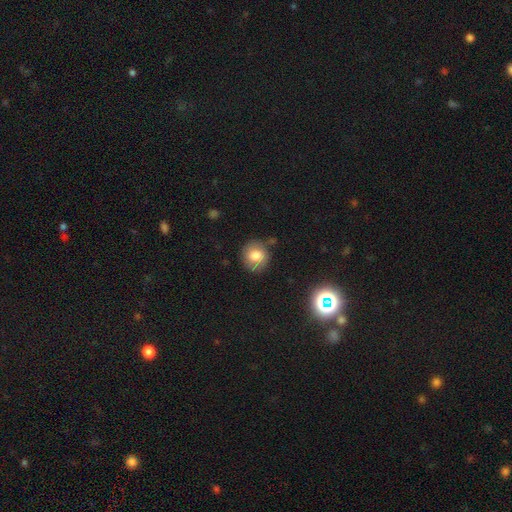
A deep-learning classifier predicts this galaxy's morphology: A smooth galaxy with no disk features (75%) that is round (86%). Merging: none (77%).